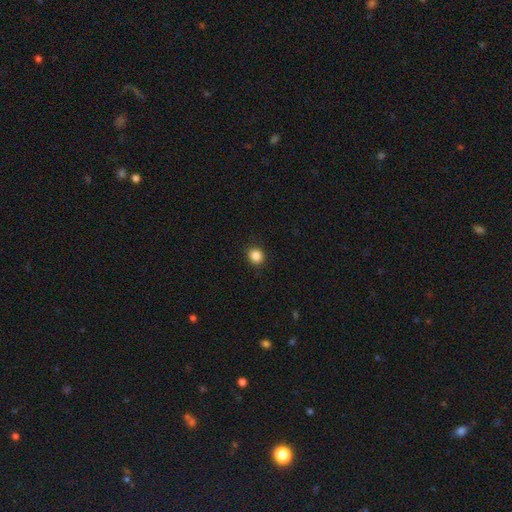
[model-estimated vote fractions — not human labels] Morphology: type=smooth (86%); roundness=round (80%); merging=none (91%).